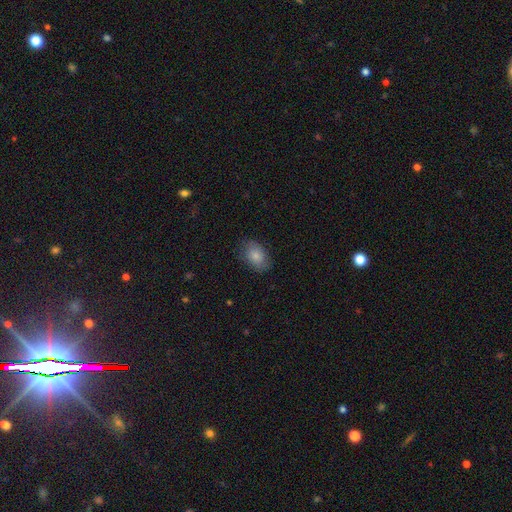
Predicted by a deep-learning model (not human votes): smooth 82%, featured or disk 10%, star or artifact 7%. Down the decision tree: how rounded — in between (85%); merging — none (79%).